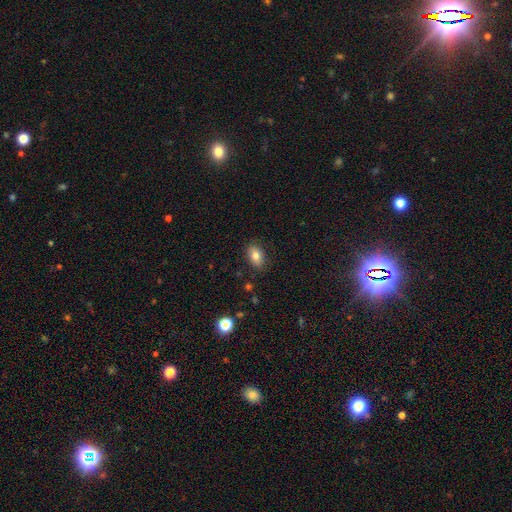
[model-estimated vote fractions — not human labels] A smooth galaxy with no disk features (80%) that is in between round and cigar-shaped (86%). Merging: none (86%).